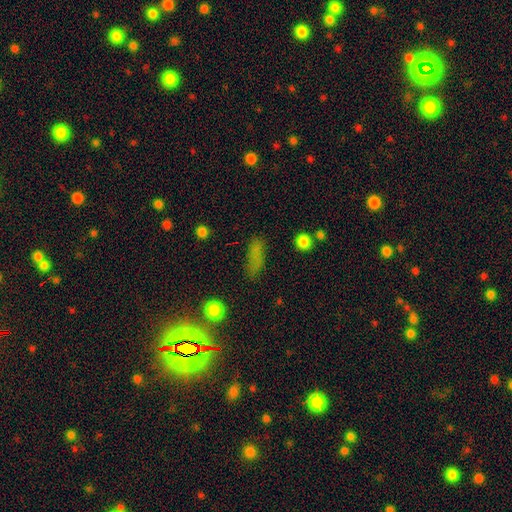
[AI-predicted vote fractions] Q: Smooth or featured?
A: smooth (70%); runner-up: star or artifact (19%)
Q: How rounded?
A: cigar-shaped (49%); runner-up: in between (45%)
Q: Merging?
A: none (67%); runner-up: minor disturbance (20%)